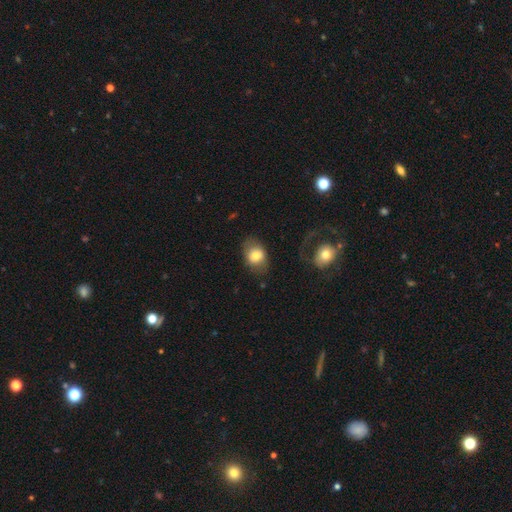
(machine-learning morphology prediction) The model was most divided on "how rounded": in between: 62%, round: 37%, cigar-shaped: 1%. More confident: smooth or featured — smooth (72%); merging — none (65%).